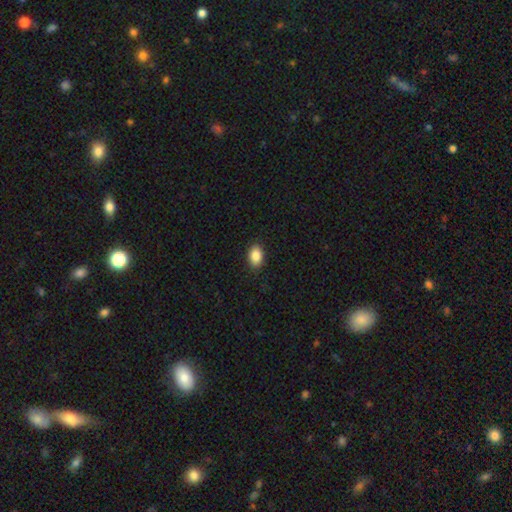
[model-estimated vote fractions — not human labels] This is clearly a smooth galaxy (87%). How rounded: clearly in between (85%). Merging: clearly none (89%).